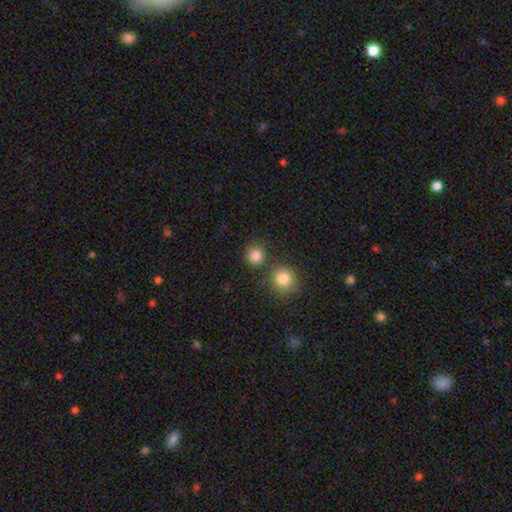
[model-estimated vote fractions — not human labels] A smooth galaxy with no disk features (84%) that is round (90%). Merging: none (75%).